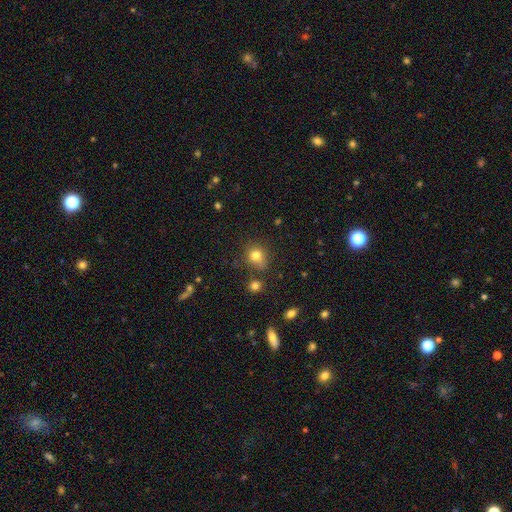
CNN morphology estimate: Smooth or featured? Predicted: smooth (p=0.78). How rounded? Predicted: round (p=0.65). Merging? Predicted: none (p=0.60).